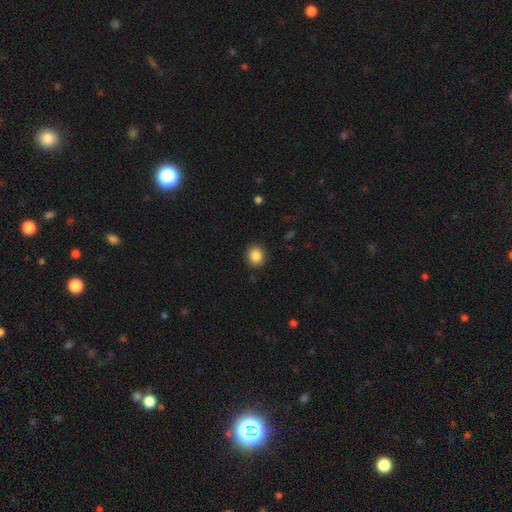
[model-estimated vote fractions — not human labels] Q: Smooth or featured?
A: smooth (87%); runner-up: star or artifact (9%)
Q: How rounded?
A: round (76%); runner-up: in between (23%)
Q: Merging?
A: none (90%); runner-up: minor disturbance (7%)